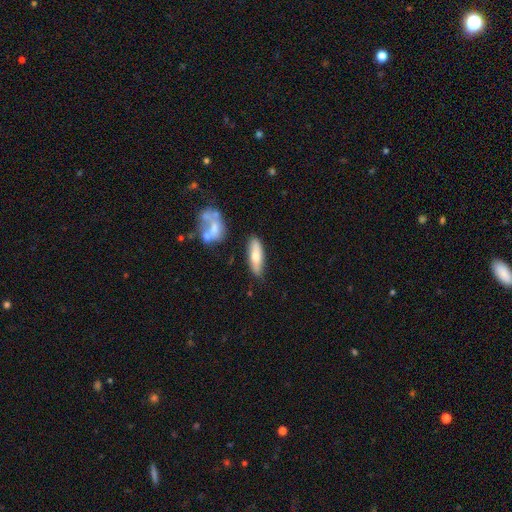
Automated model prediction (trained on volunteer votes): Overall: smooth (66%; featured or disk 28%). How rounded: cigar-shaped (52%; in between 46%). Merging: none (77%).